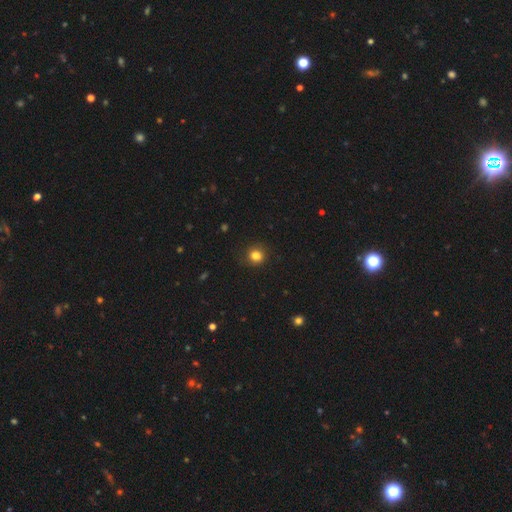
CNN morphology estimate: Smooth or featured? smooth (83%)
How rounded? round (83%)
Merging? none (85%)